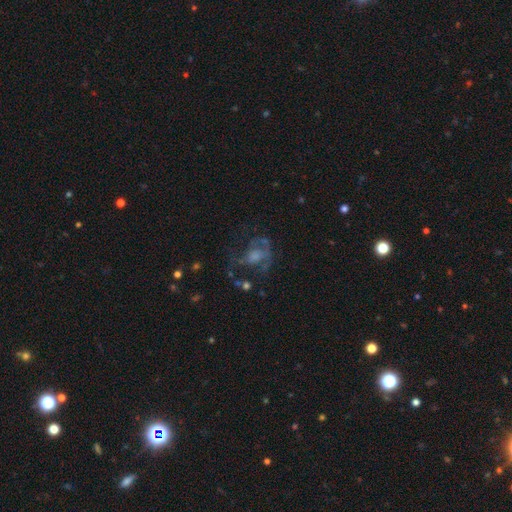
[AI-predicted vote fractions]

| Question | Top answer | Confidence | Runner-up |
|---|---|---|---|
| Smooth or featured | featured or disk | 54% | smooth (32%) |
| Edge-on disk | no | 97% | yes (3%) |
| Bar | no | 78% | weak (19%) |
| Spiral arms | no | 51% | yes (49%) |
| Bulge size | none | 33% | moderate (28%) |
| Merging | major disturbance | 43% | none (35%) |